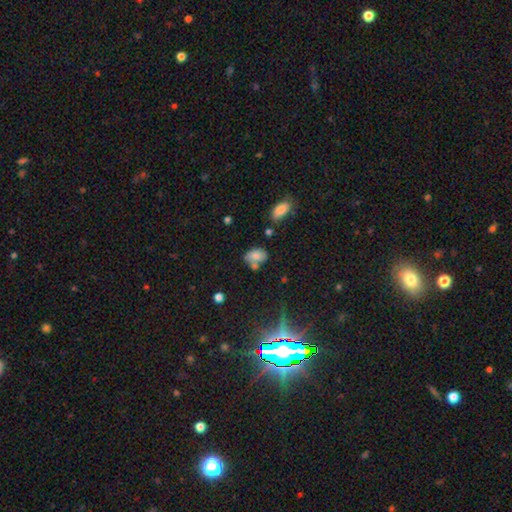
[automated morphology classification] This appears to be a smooth galaxy with no disk features (77%) that is in between round and cigar-shaped (85%). Merging: none (50%).